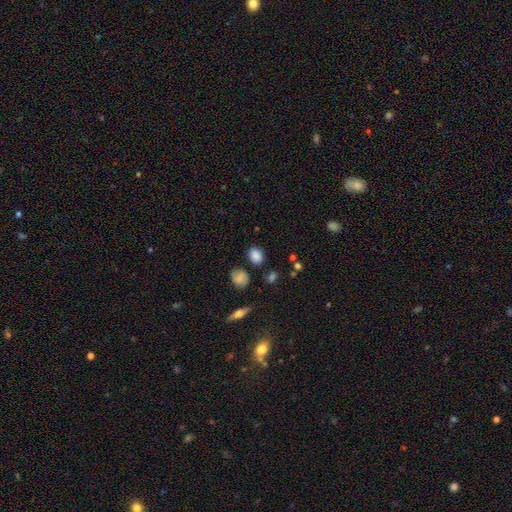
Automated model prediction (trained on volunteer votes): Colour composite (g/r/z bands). It shows a smooth galaxy with no disk features (84%) that is in between round and cigar-shaped (55%). Merging: none (79%).